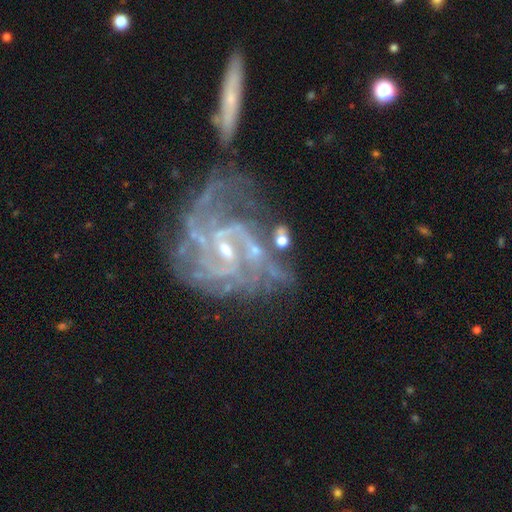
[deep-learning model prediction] Q: Smooth or featured?
A: featured or disk (88%); runner-up: star or artifact (8%)
Q: Edge-on disk?
A: no (97%); runner-up: yes (3%)
Q: Bar?
A: weak (46%); runner-up: no (36%)
Q: Spiral arms?
A: yes (96%); runner-up: no (4%)
Q: Spiral winding?
A: medium (43%); tied with: tight (43%)
Q: Spiral arm count?
A: 2 (31%); runner-up: can't tell (24%)
Q: Bulge size?
A: small (71%); runner-up: moderate (24%)
Q: Merging?
A: none (36%); runner-up: major disturbance (27%)